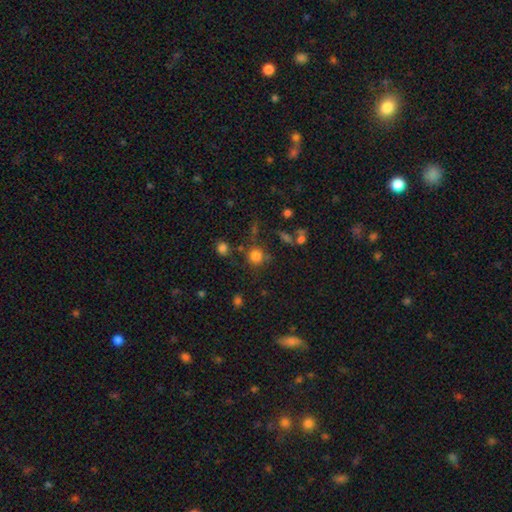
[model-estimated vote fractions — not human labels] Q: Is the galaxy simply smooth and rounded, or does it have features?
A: smooth — 79%.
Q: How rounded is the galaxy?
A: round — 91%.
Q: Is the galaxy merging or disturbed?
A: none — 73%.